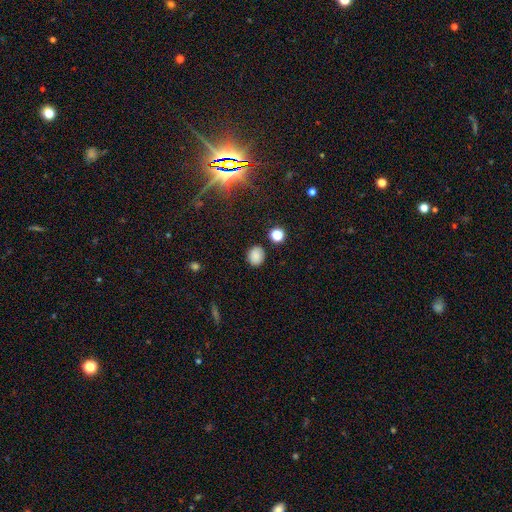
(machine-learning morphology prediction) A smooth galaxy with no disk features (84%) that is round (59%). Merging: none (84%).